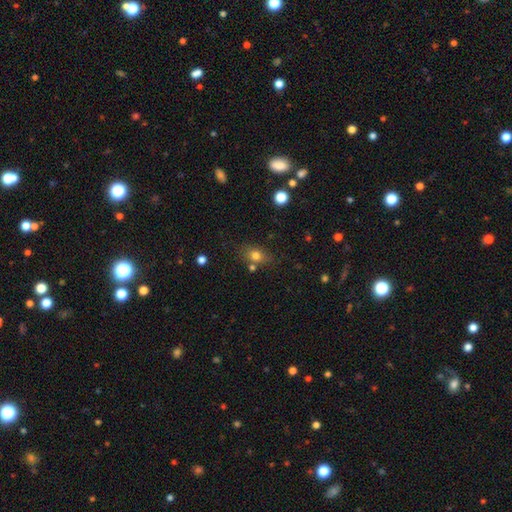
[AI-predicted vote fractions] The model was most divided on "how rounded": in between: 63%, round: 34%, cigar-shaped: 3%. More confident: smooth or featured — smooth (76%); merging — none (70%).